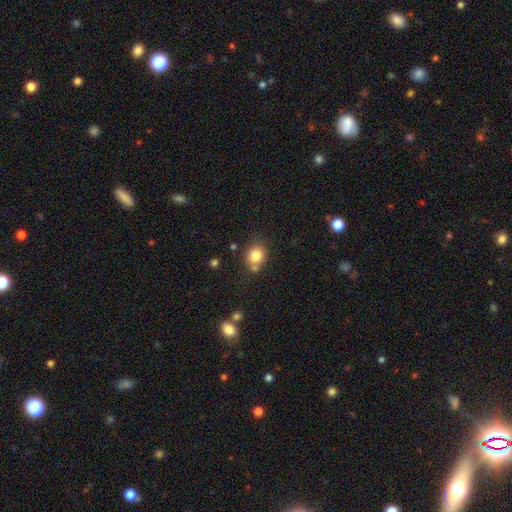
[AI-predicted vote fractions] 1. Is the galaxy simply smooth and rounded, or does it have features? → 81% smooth, 11% star or artifact, 8% featured or disk.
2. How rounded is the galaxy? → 70% round, 29% in between, 1% cigar-shaped.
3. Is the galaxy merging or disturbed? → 65% none, 16% minor disturbance, 15% merger, 4% major disturbance.